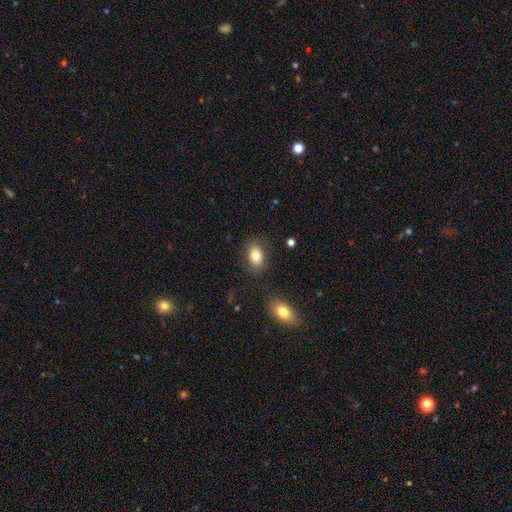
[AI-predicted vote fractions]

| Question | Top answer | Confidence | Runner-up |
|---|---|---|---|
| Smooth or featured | smooth | 81% | featured or disk (10%) |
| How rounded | in between | 79% | round (19%) |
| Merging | none | 81% | minor disturbance (12%) |